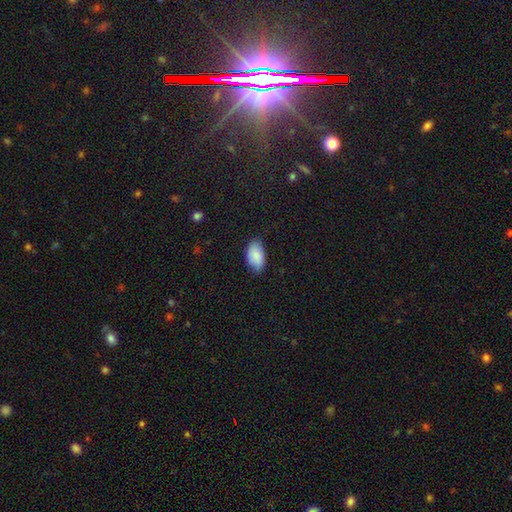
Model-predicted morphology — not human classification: A smooth galaxy with no disk features (85%) that is in between round and cigar-shaped (93%).

Vote fractions:
- Smooth or featured? smooth: 85% / featured or disk: 9% / star or artifact: 7%
- How rounded? in between: 93% / round: 5% / cigar-shaped: 2%
- Merging? none: 71% / minor disturbance: 24% / major disturbance: 4% / merger: 1%